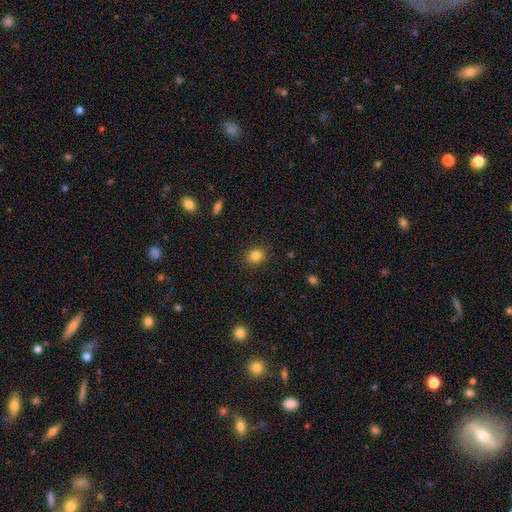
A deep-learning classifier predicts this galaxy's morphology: A smooth galaxy with no disk features (84%) that is round (68%). Merging: none (90%).